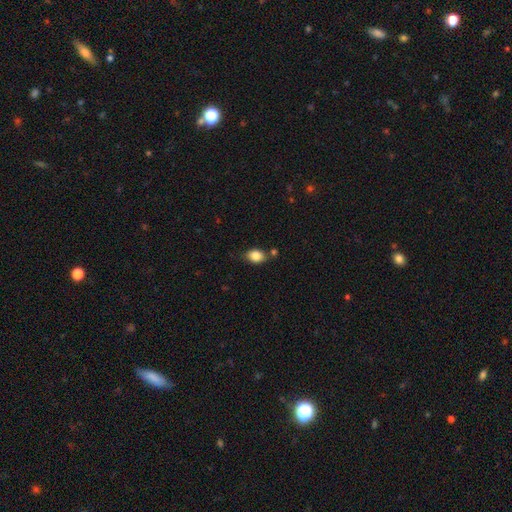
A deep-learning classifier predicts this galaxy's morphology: smooth 85%, star or artifact 9%, featured or disk 7%. Down the decision tree: how rounded — in between (77%); merging — none (73%).